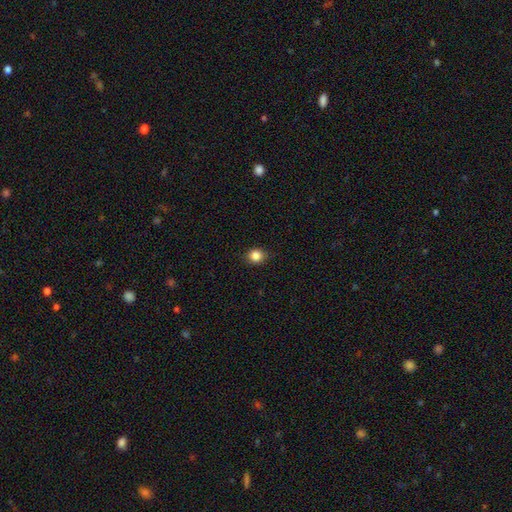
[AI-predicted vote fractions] smooth_or_featured: smooth (p=0.85) [alt: star or artifact p=0.11]
how_rounded: round (p=0.77) [alt: in between p=0.22]
merging: none (p=0.88) [alt: minor disturbance p=0.09]